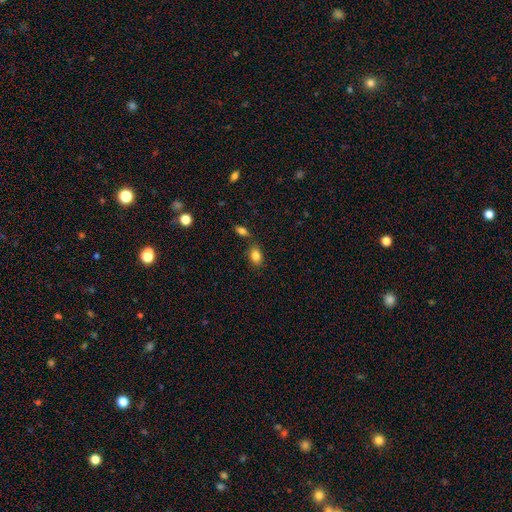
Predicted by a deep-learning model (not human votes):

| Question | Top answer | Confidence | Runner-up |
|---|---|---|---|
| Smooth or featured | smooth | 84% | star or artifact (9%) |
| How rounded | in between | 78% | round (20%) |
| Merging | none | 72% | minor disturbance (14%) |